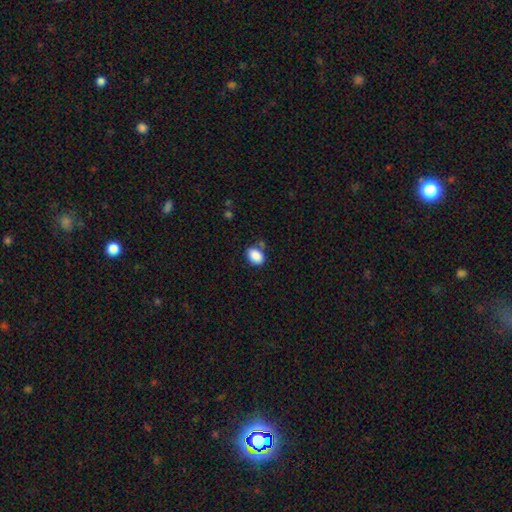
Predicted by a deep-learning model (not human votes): smooth 88%, star or artifact 8%, featured or disk 4%. Down the decision tree: how rounded — in between (80%); merging — none (76%).